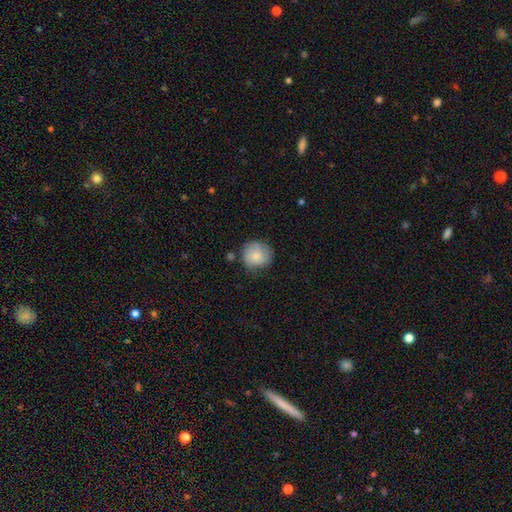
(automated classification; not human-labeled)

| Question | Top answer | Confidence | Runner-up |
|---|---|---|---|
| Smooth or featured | smooth | 78% | featured or disk (15%) |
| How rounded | round | 89% | in between (10%) |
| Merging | none | 69% | minor disturbance (22%) |